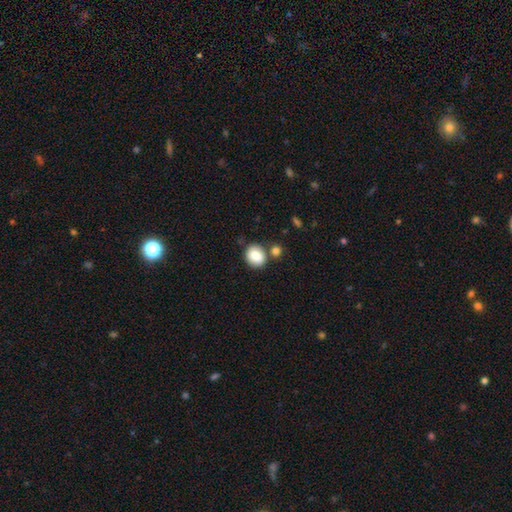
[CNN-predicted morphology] Smooth or featured? smooth (84%)
How rounded? round (65%)
Merging? none (69%)